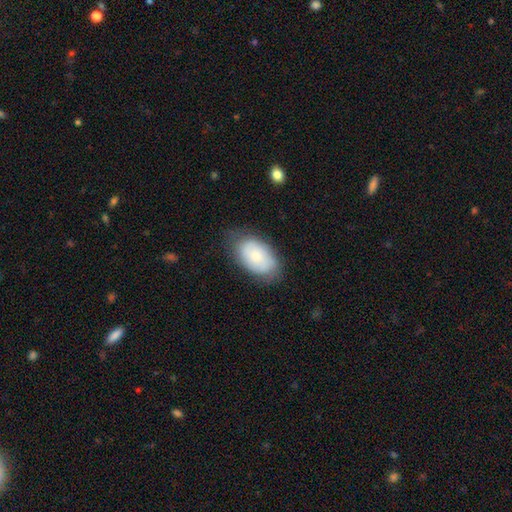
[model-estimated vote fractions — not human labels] A smooth galaxy with no disk features (65%) that is in between round and cigar-shaped (91%). Merging: none (72%).